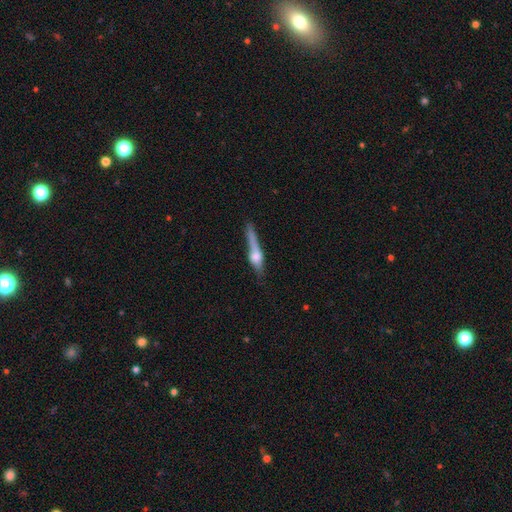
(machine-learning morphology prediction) This appears to be a featured or disk galaxy (47%). Merging: none (44%).